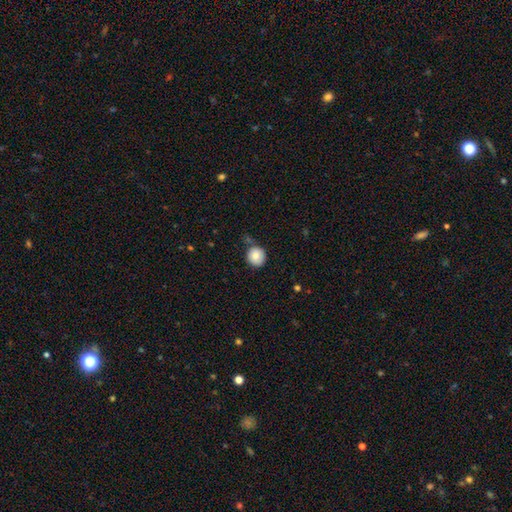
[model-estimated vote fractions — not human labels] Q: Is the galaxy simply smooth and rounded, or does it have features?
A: smooth — 84%.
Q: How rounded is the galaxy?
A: round — 92%.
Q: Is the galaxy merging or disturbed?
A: none — 77%.